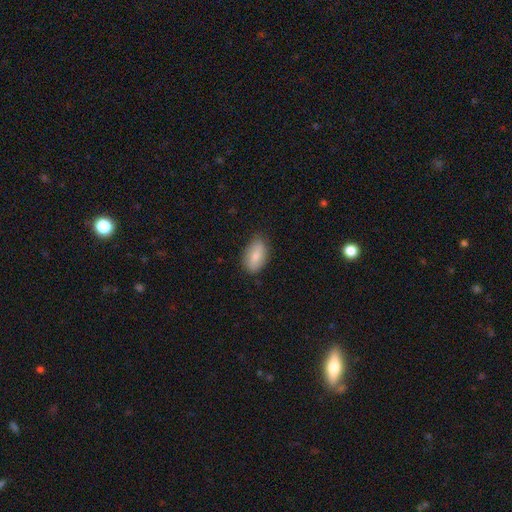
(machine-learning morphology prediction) This appears to be a smooth galaxy with no disk features (80%) that is in between round and cigar-shaped (91%). Merging: none (77%).